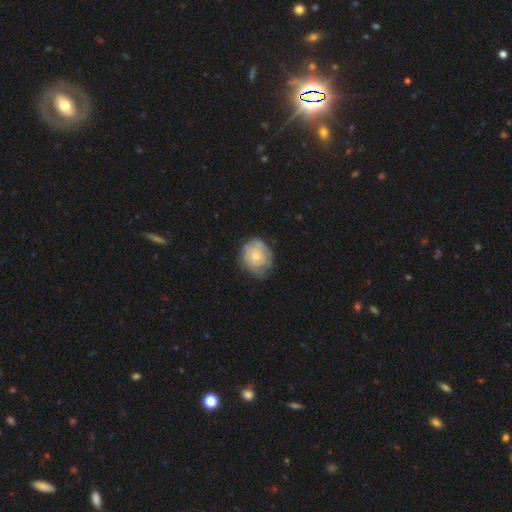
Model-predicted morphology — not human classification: Q: Smooth or featured?
A: featured or disk (48%); runner-up: smooth (46%)
Q: Merging?
A: none (63%); runner-up: minor disturbance (26%)